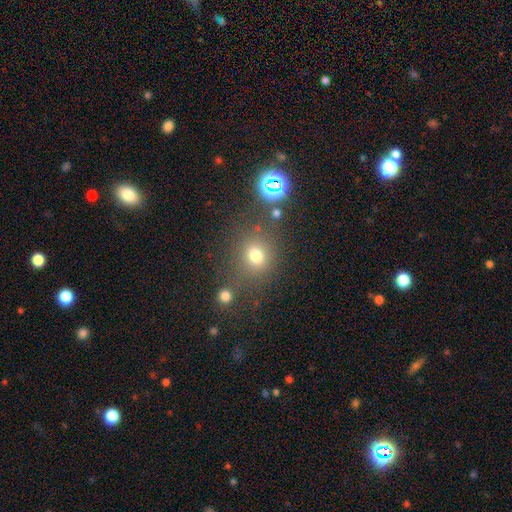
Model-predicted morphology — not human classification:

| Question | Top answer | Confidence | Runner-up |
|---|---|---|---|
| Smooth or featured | smooth | 72% | star or artifact (20%) |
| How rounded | round | 78% | in between (21%) |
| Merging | none | 73% | minor disturbance (12%) |